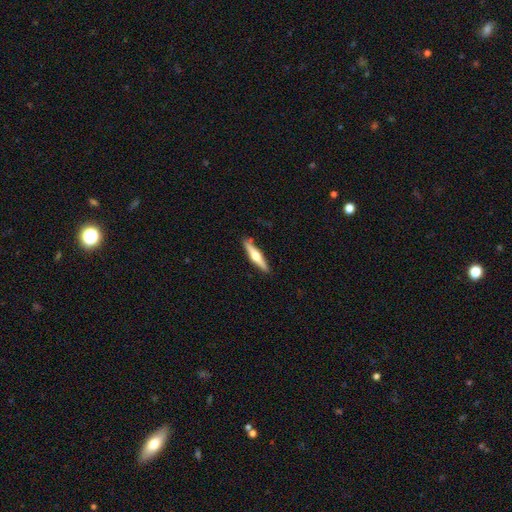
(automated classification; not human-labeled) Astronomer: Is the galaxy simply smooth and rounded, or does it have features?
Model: featured or disk — 62%.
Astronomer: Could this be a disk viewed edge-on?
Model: yes — 97%.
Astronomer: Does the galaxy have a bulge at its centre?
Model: rounded — 94%.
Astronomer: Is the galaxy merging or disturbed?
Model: none — 88%.